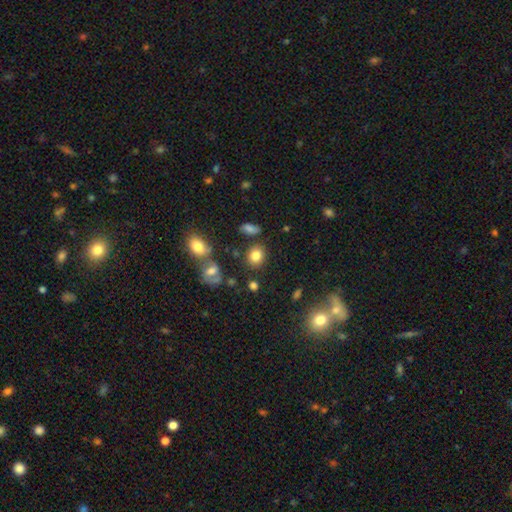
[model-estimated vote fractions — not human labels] Smooth or featured? smooth (81%)
How rounded? round (66%)
Merging? none (79%)